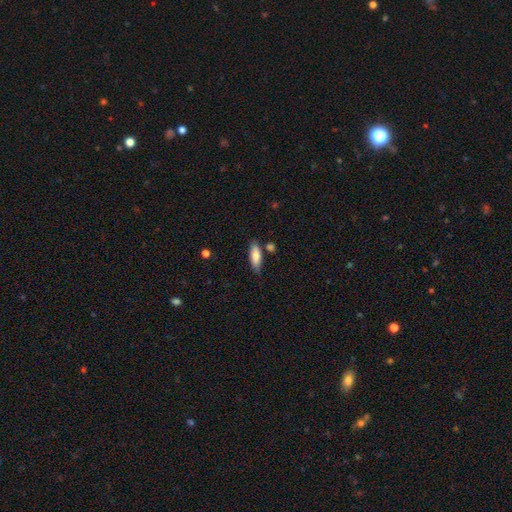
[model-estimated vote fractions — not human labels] smooth-or-featured: smooth: 81% | featured or disk: 13% | star or artifact: 6%
  how-rounded: in between: 62% | cigar-shaped: 36% | round: 2%
  merging: none: 77% | minor disturbance: 14% | merger: 6% | major disturbance: 3%